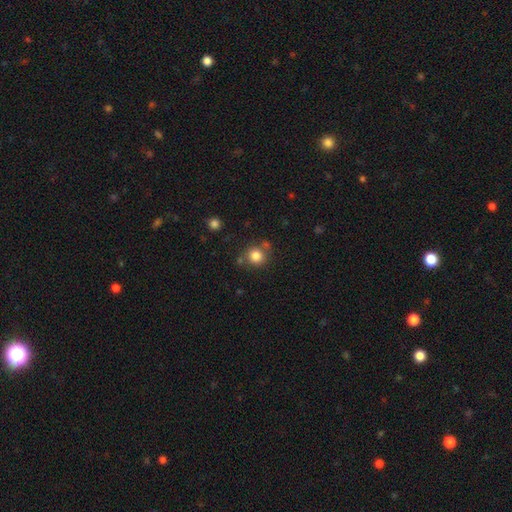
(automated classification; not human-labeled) The model was most divided on "merging": none: 72%, minor disturbance: 12%, merger: 11%, major disturbance: 5%. More confident: how rounded — round (90%); smooth or featured — smooth (82%).